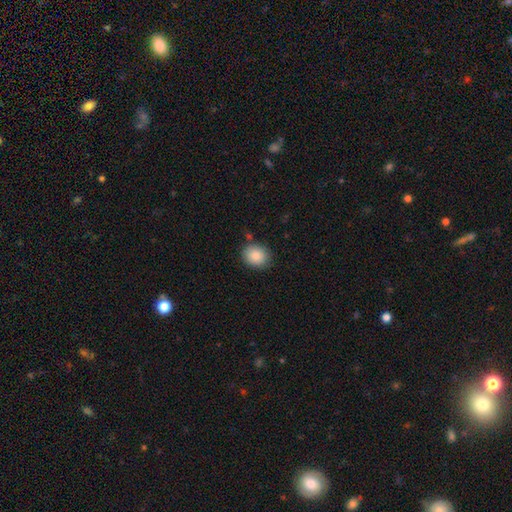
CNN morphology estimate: Smooth or featured? smooth (87%)
How rounded? round (62%)
Merging? none (82%)